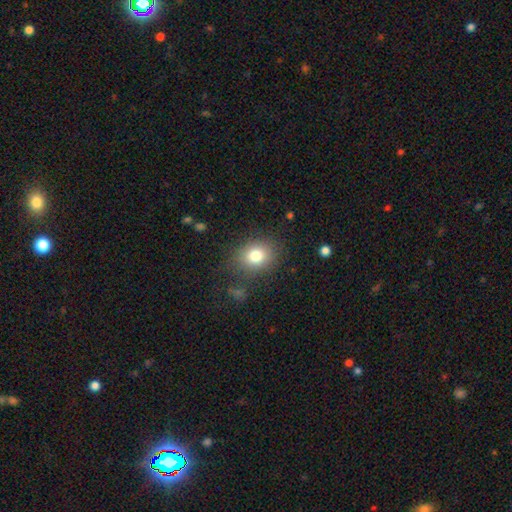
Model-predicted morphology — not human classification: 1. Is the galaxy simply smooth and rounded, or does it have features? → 79% smooth, 11% star or artifact, 10% featured or disk.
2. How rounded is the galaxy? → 51% round, 49% in between, 1% cigar-shaped.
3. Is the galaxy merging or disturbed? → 79% none, 13% minor disturbance, 6% major disturbance, 2% merger.